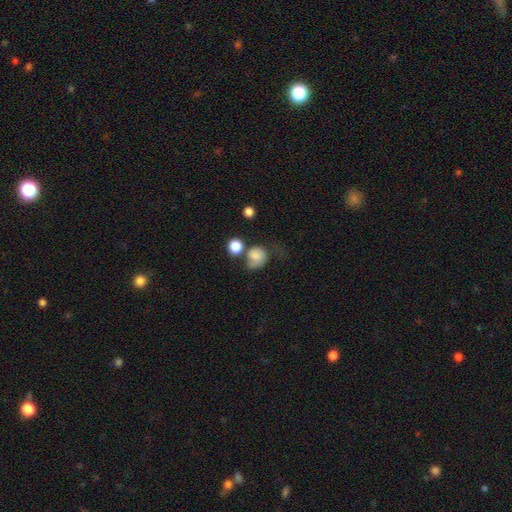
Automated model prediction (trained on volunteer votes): smooth_or_featured: smooth (p=0.78) [alt: featured or disk p=0.13]
how_rounded: round (p=0.71) [alt: in between p=0.28]
merging: none (p=0.35) [alt: merger p=0.23]